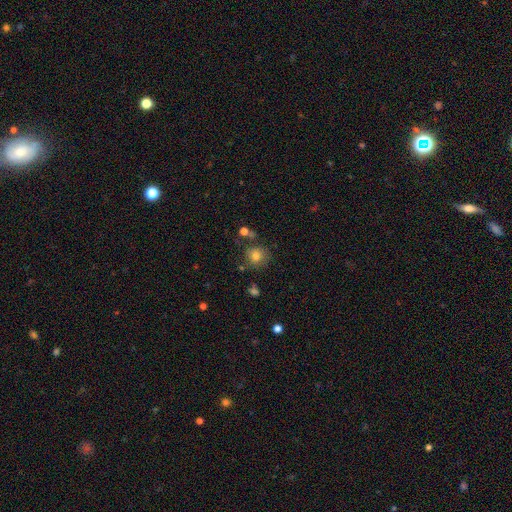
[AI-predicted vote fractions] A smooth galaxy with no disk features (79%) that is round (89%).

Vote fractions:
- Smooth or featured? smooth: 79% / star or artifact: 12% / featured or disk: 9%
- How rounded? round: 89% / in between: 10% / cigar-shaped: 1%
- Merging? none: 75% / minor disturbance: 13% / merger: 7% / major disturbance: 4%